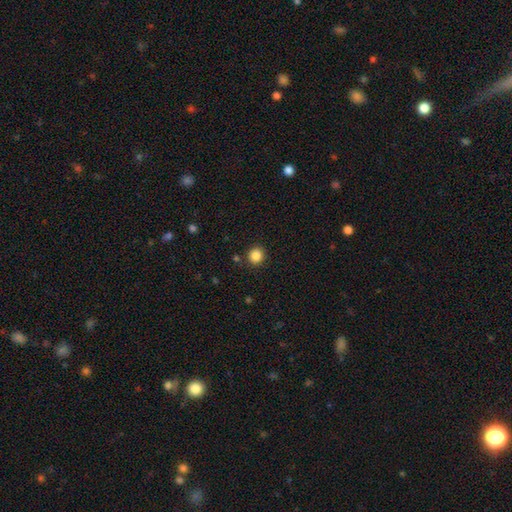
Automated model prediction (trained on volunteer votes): Smooth or featured? smooth (86%)
How rounded? round (91%)
Merging? none (89%)